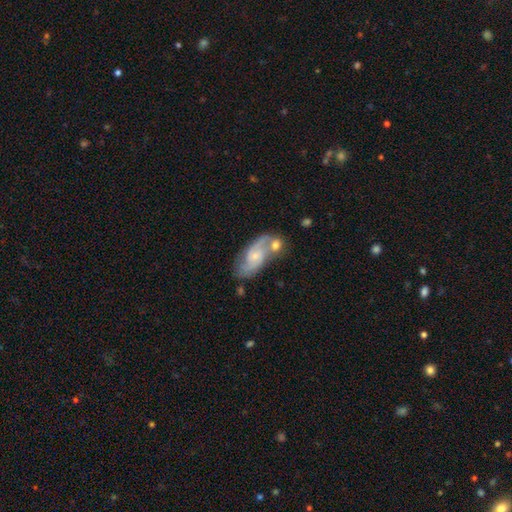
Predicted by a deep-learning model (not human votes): Smooth or featured? featured or disk (72%)
Edge-on disk? no (94%)
Bar? no (63%)
Spiral arms? yes (90%)
Spiral winding? medium (45%)
Spiral arm count? 2 (81%)
Bulge size? small (66%)
Merging? none (42%)